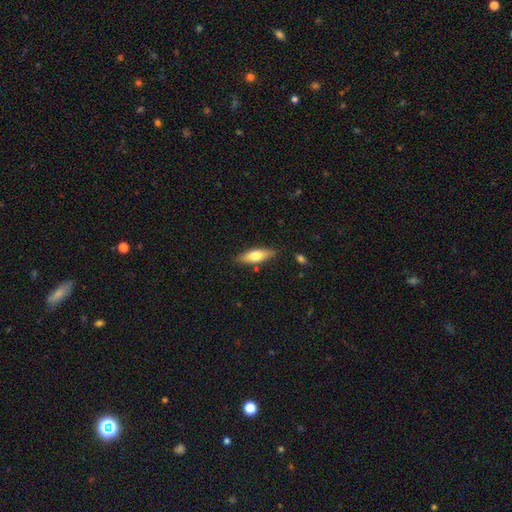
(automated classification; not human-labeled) smooth_or_featured: smooth (p=0.67) [alt: featured or disk p=0.27]
how_rounded: in between (p=0.56) [alt: cigar-shaped p=0.41]
merging: none (p=0.83) [alt: minor disturbance p=0.12]